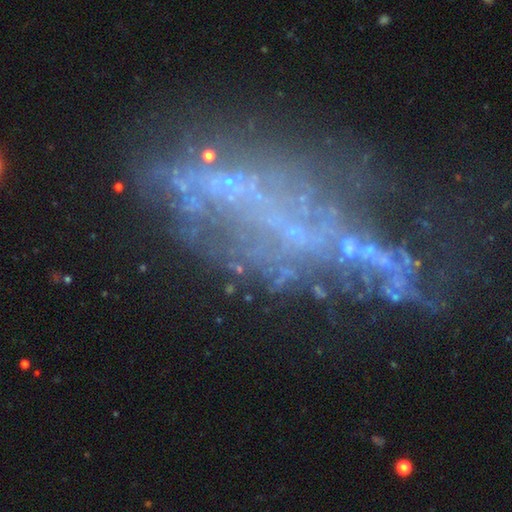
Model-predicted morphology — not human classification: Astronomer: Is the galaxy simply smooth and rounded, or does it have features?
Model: featured or disk — 56%.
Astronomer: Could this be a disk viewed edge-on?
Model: no — 92%.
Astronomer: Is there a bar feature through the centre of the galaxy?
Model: no — 87%.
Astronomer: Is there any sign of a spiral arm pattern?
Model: no — 85%.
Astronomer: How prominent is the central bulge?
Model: none — 77%.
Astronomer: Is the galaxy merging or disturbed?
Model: none — 37% (runner-up: major disturbance, 33%).